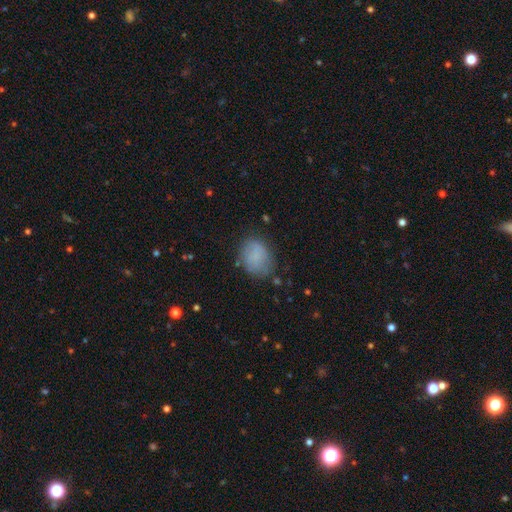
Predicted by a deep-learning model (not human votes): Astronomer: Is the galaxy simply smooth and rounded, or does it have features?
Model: smooth — 78%.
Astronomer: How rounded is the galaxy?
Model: in between — 60% (runner-up: round, 39%).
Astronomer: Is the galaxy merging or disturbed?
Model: none — 69%.